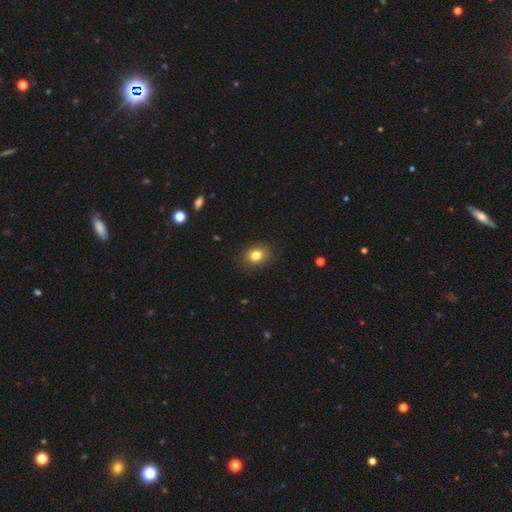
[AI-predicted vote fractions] This is clearly a smooth galaxy (83%). How rounded: possibly in between (50%). Merging: clearly none (87%).